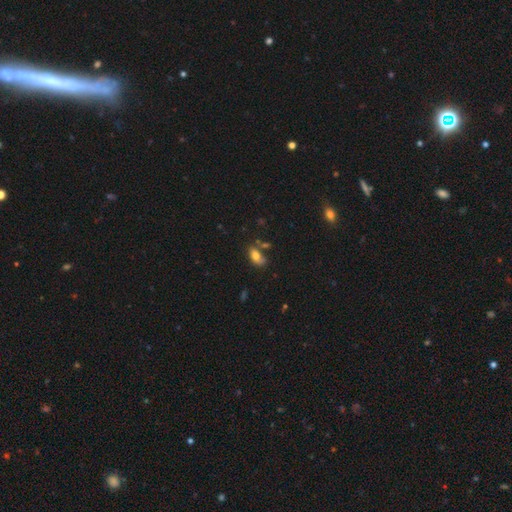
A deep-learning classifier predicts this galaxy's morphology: smooth 76%, featured or disk 15%, star or artifact 9%. Down the decision tree: how rounded — in between (89%); merging — none (53%).